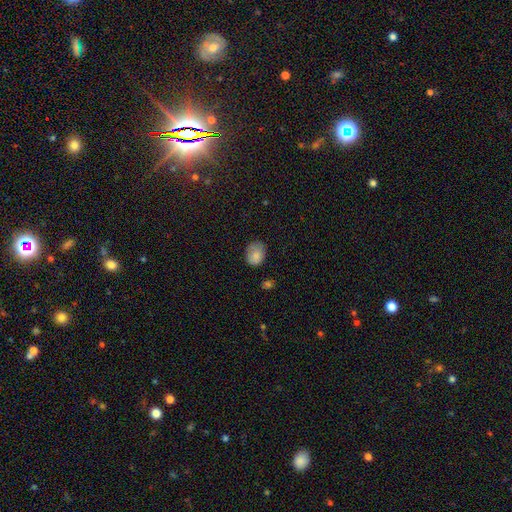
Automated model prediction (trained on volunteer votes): Morphology: type=smooth (82%); roundness=in between (58%); merging=none (64%).